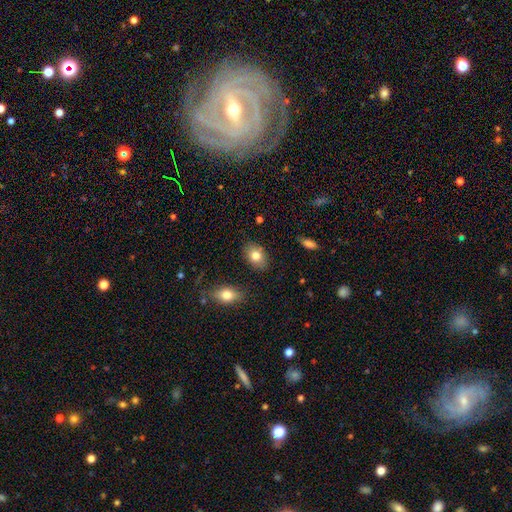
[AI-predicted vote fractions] Smooth or featured? Predicted: smooth (p=0.79). How rounded? Predicted: in between (p=0.81). Merging? Predicted: none (p=0.84).